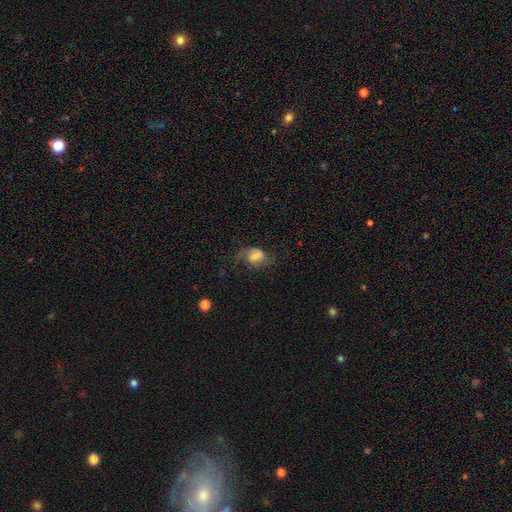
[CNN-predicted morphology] smooth_or_featured: smooth (p=0.47) [alt: featured or disk p=0.43]
merging: none (p=0.48) [alt: minor disturbance p=0.25]